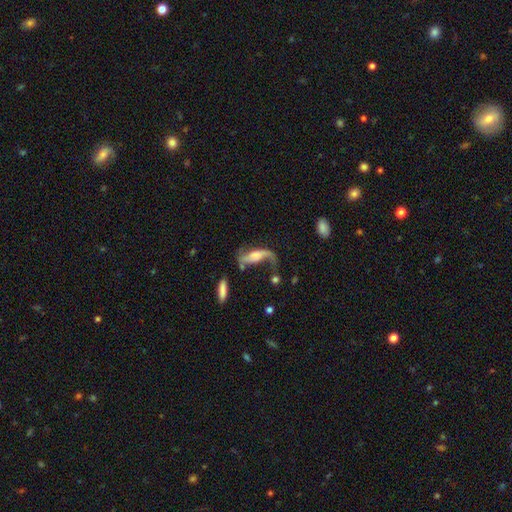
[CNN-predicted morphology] This is likely a featured or disk galaxy (71%). It is clearly not viewed edge-on (87%). Bar: possibly no (50%). Spiral arm pattern: clearly yes (88%). Spiral arm count: likely 2 (73%). Spiral winding: clearly loose (87%). Central bulge: marginally none (33%). Merging: marginally none (37%).